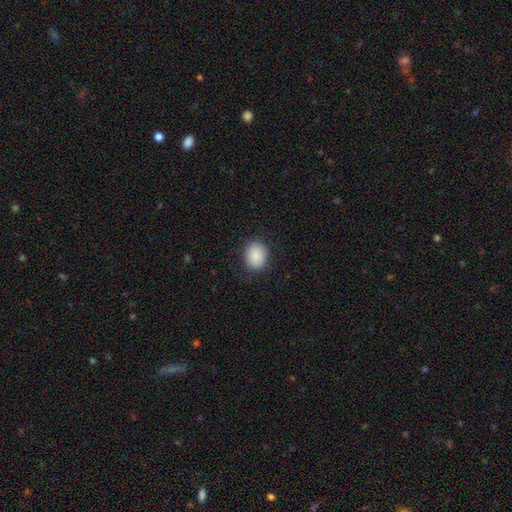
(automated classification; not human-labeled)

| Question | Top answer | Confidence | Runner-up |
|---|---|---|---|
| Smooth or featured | smooth | 88% | star or artifact (8%) |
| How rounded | round | 51% | in between (49%) |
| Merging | none | 85% | minor disturbance (11%) |